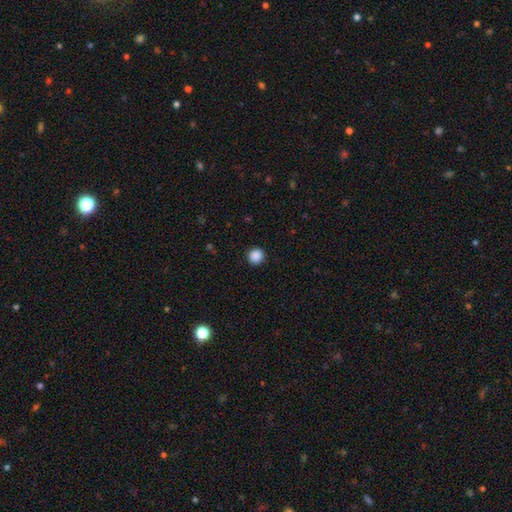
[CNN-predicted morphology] type=smooth (88%); roundness=round (92%); merging=none (92%).